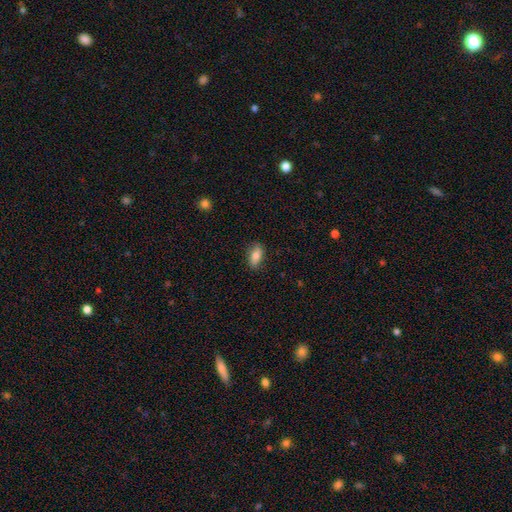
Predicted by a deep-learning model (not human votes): Smooth or featured? smooth (79%)
How rounded? in between (88%)
Merging? none (83%)